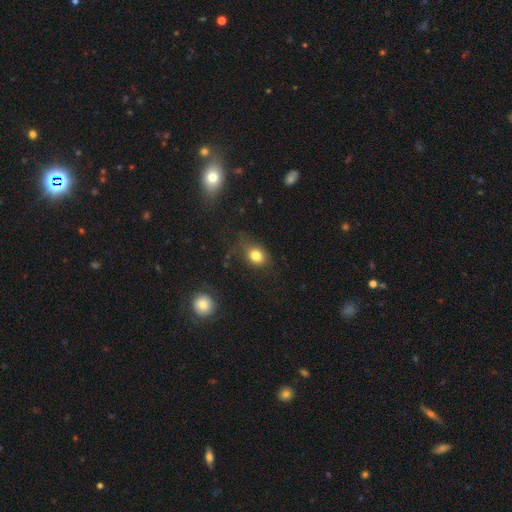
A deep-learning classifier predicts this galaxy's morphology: Overall: smooth (80%). How rounded: round (50%; in between 48%). Merging: none (63%; minor disturbance 23%).